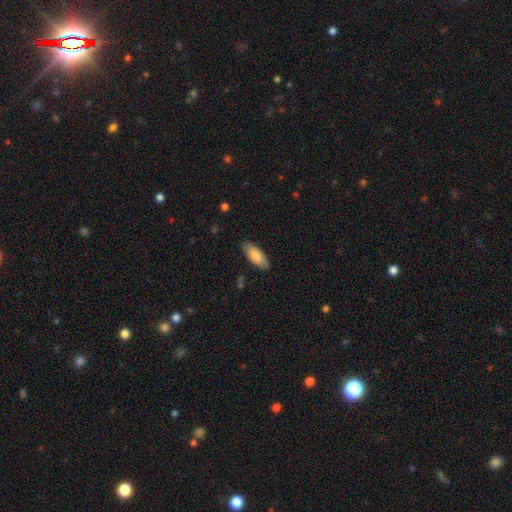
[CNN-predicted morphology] Smooth or featured? smooth (81%)
How rounded? in between (83%)
Merging? none (84%)